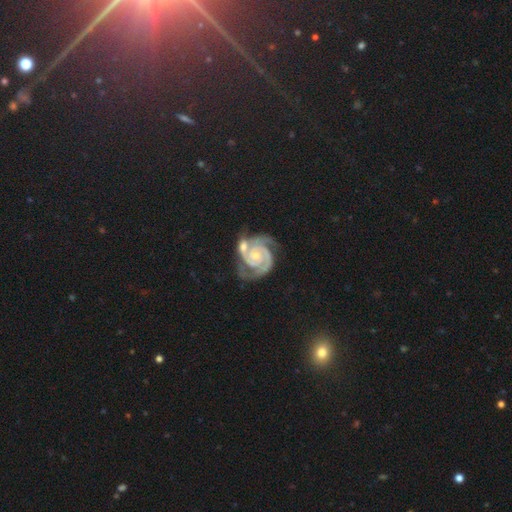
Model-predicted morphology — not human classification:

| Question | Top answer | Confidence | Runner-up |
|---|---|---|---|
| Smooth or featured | featured or disk | 93% | star or artifact (4%) |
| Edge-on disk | no | 98% | yes (2%) |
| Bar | no | 70% | weak (22%) |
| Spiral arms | yes | 99% | no (1%) |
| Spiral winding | tight | 73% | medium (24%) |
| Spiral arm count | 2 | 75% | 3 (16%) |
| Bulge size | small | 63% | moderate (30%) |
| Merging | none | 50% | merger (27%) |